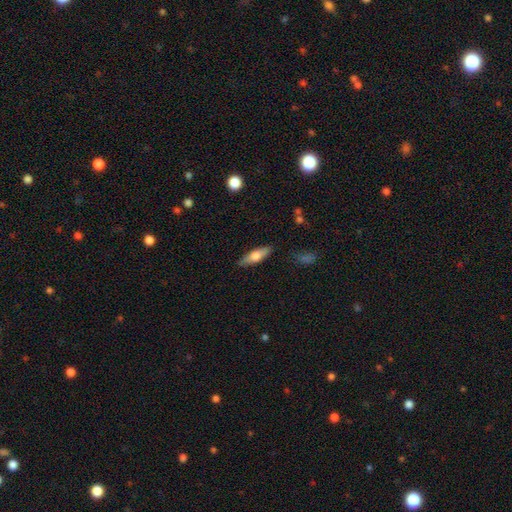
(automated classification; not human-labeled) Overall: smooth (64%; featured or disk 30%). How rounded: cigar-shaped (50%; in between 48%). Merging: none (86%).